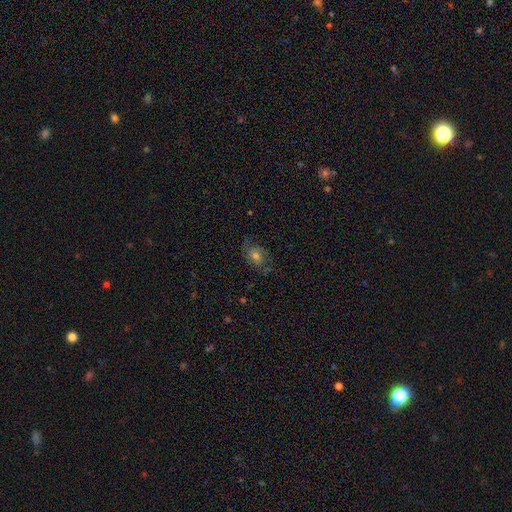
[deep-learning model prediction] This is possibly a featured or disk galaxy (51%). It is clearly not viewed edge-on (95%). Merging: likely none (70%).